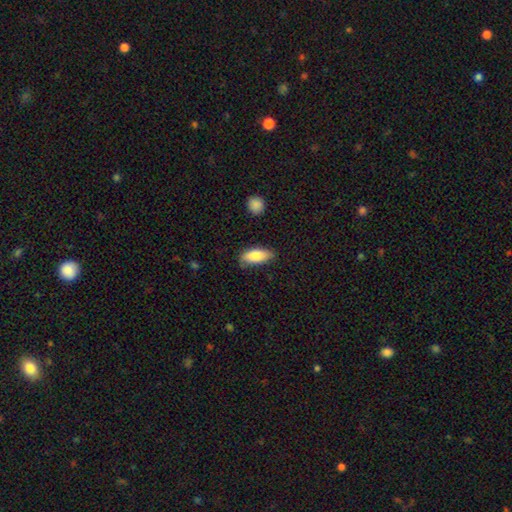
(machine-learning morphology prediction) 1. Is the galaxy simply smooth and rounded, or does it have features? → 83% smooth, 11% featured or disk, 6% star or artifact.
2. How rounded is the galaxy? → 84% in between, 14% cigar-shaped, 2% round.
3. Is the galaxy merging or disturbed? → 72% none, 22% minor disturbance, 4% major disturbance, 2% merger.